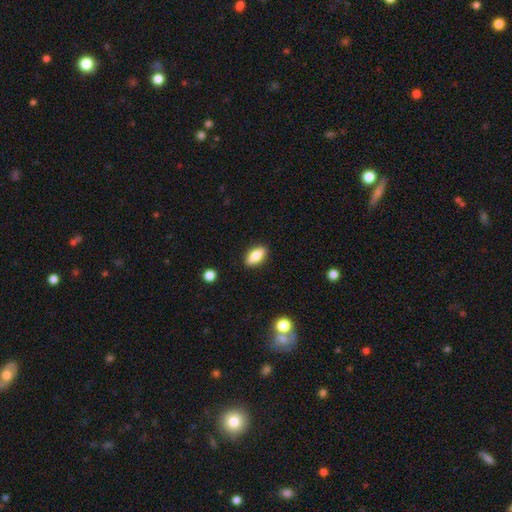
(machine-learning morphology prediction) The model was most divided on "smooth or featured": smooth: 71%, featured or disk: 21%, star or artifact: 7%. More confident: merging — none (88%); how rounded — in between (81%).